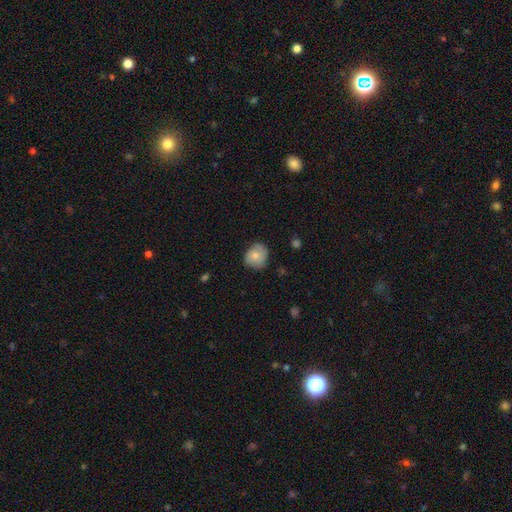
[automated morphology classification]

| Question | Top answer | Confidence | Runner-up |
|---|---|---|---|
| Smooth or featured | smooth | 75% | featured or disk (17%) |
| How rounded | round | 77% | in between (23%) |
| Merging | none | 71% | minor disturbance (24%) |